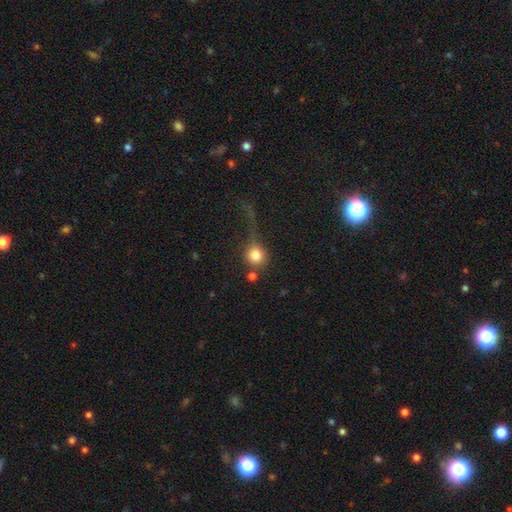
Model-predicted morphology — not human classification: smooth-or-featured: smooth: 78% | featured or disk: 11% | star or artifact: 11%
  how-rounded: round: 87% | in between: 12% | cigar-shaped: 2%
  merging: none: 43% | major disturbance: 27% | minor disturbance: 16% | merger: 14%